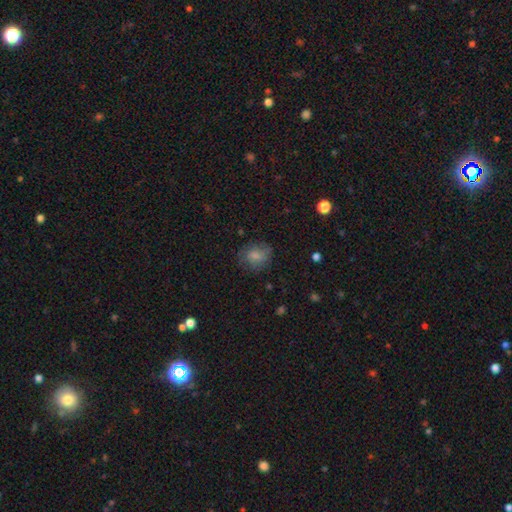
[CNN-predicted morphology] A smooth galaxy with no disk features (76%) that is round (68%).

Vote fractions:
- Smooth or featured? smooth: 76% / featured or disk: 15% / star or artifact: 9%
- How rounded? round: 68% / in between: 31% / cigar-shaped: 1%
- Merging? none: 70% / minor disturbance: 20% / major disturbance: 9% / merger: 1%